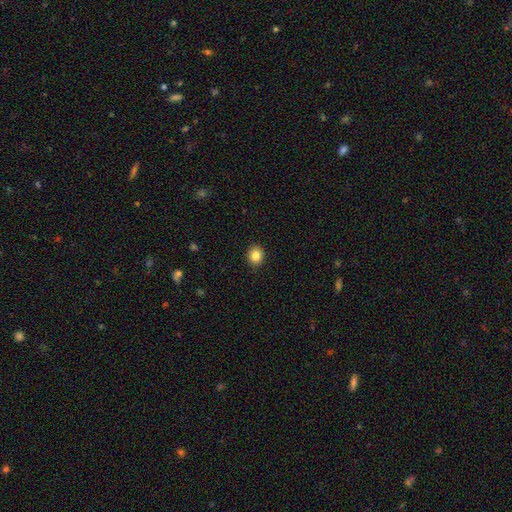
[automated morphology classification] smooth 84%, star or artifact 10%, featured or disk 6%. Down the decision tree: how rounded — round (68%); merging — none (90%).